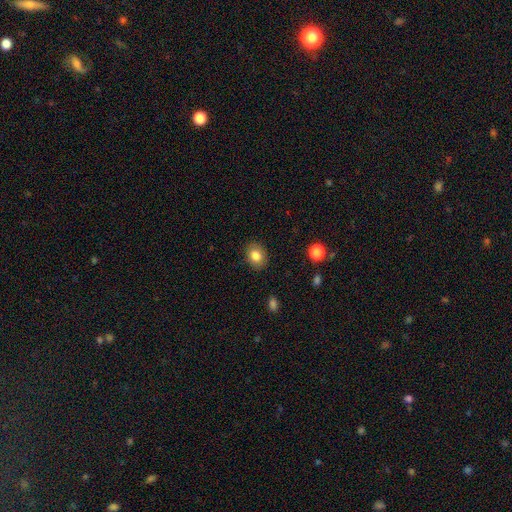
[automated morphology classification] Smooth or featured?
  - smooth: 83% *
  - star or artifact: 9%
  - featured or disk: 8%
How rounded?
  - round: 50% *
  - in between: 49%
  - cigar-shaped: 1%
Merging?
  - none: 88% *
  - minor disturbance: 9%
  - major disturbance: 2%
  - merger: 1%